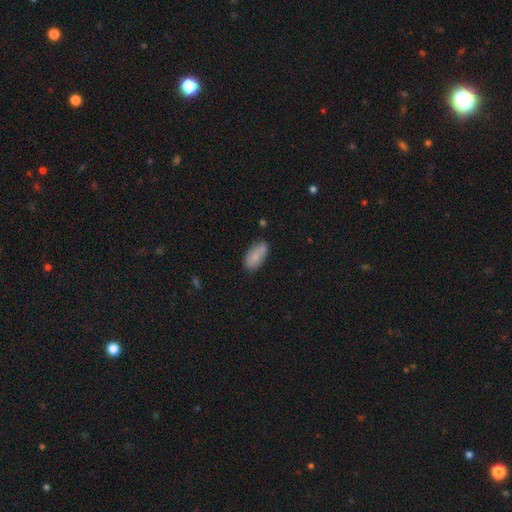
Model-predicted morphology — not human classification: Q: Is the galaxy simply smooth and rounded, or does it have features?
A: smooth — 78%.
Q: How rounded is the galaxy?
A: in between — 90%.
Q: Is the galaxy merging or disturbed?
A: none — 76%.